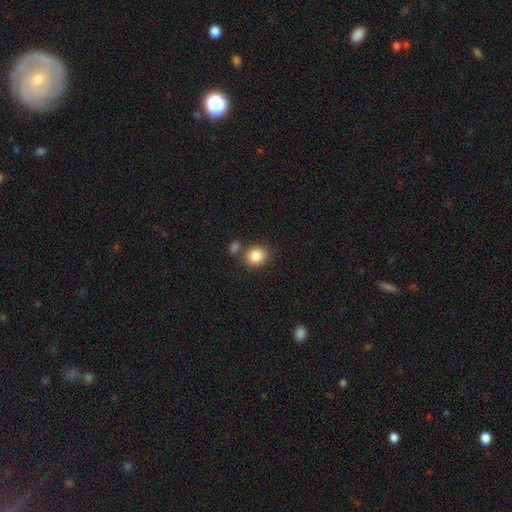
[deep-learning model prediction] smooth 86%, star or artifact 9%, featured or disk 5%. Down the decision tree: how rounded — round (70%); merging — none (71%).